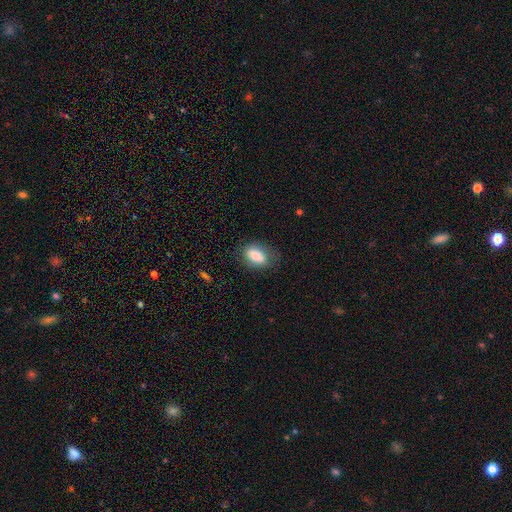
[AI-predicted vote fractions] A smooth galaxy with no disk features (77%) that is in between round and cigar-shaped (88%).

Vote fractions:
- Smooth or featured? smooth: 77% / featured or disk: 16% / star or artifact: 7%
- How rounded? in between: 88% / round: 10% / cigar-shaped: 2%
- Merging? none: 74% / minor disturbance: 18% / major disturbance: 7% / merger: 1%